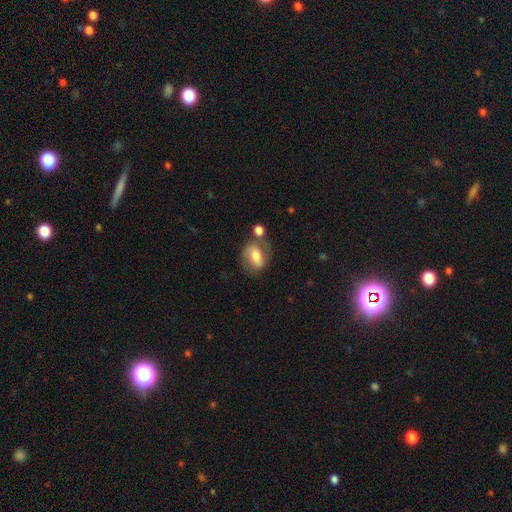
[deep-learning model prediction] A smooth galaxy with no disk features (51%) that is in between round and cigar-shaped (68%).

Vote fractions:
- Smooth or featured? smooth: 51% / featured or disk: 41% / star or artifact: 8%
- How rounded? in between: 68% / round: 28% / cigar-shaped: 4%
- Merging? none: 60% / minor disturbance: 18% / merger: 14% / major disturbance: 8%